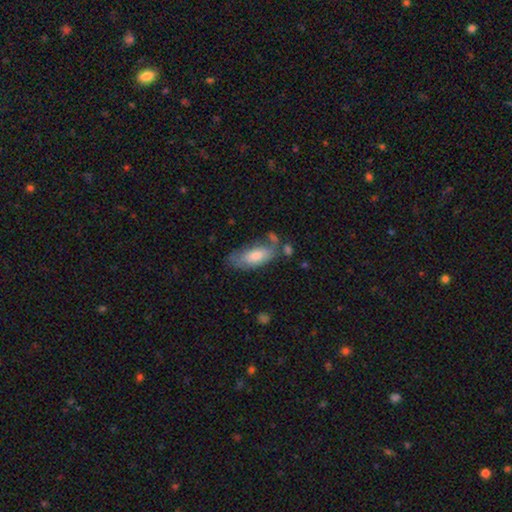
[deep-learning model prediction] smooth 69%, featured or disk 25%, star or artifact 6%. Down the decision tree: how rounded — in between (81%); merging — none (47%).